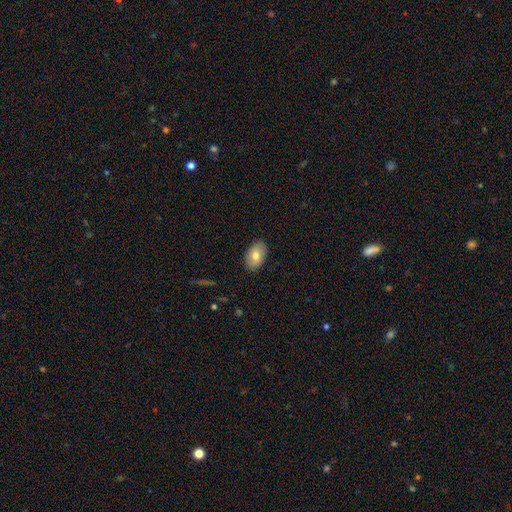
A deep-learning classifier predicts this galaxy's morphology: smooth_or_featured: smooth (p=0.74) [alt: featured or disk p=0.19]
how_rounded: in between (p=0.91) [alt: round p=0.08]
merging: none (p=0.87) [alt: minor disturbance p=0.10]